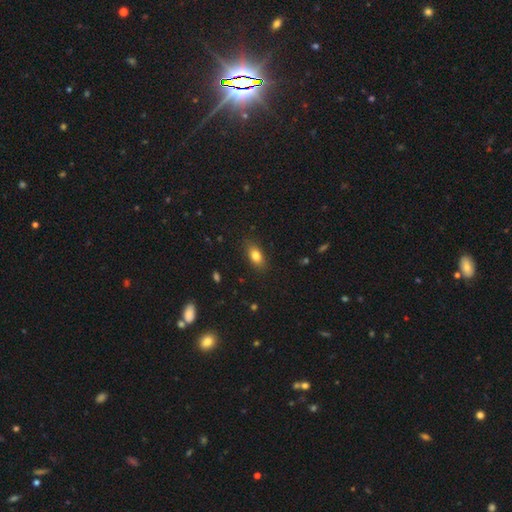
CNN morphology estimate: Overall: smooth (81%). How rounded: in between (83%). Merging: none (85%).